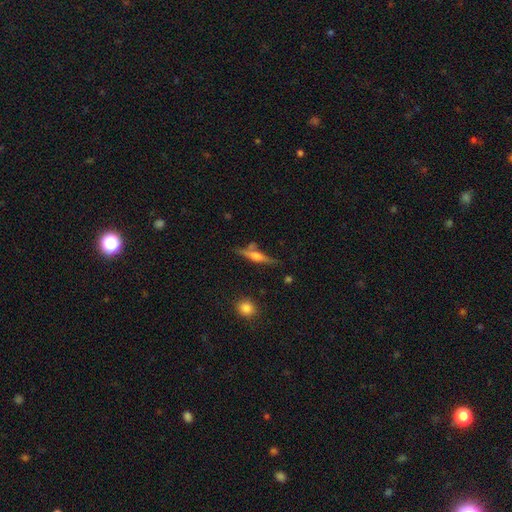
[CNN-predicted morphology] smooth_or_featured: featured or disk (p=0.57) [alt: smooth p=0.35]
disk_edge_on: yes (p=0.94) [alt: no p=0.06]
edge_on_bulge: rounded (p=0.76) [alt: boxy p=0.14]
merging: none (p=0.70) [alt: minor disturbance p=0.16]